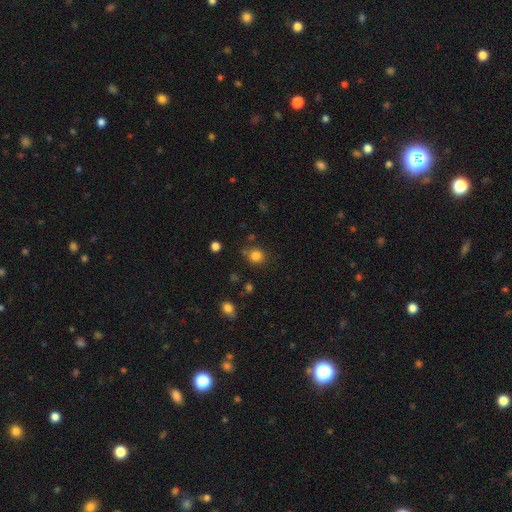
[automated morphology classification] Smooth or featured?
  - smooth: 82% *
  - star or artifact: 13%
  - featured or disk: 5%
How rounded?
  - round: 85% *
  - in between: 14%
  - cigar-shaped: 1%
Merging?
  - none: 78% *
  - minor disturbance: 13%
  - merger: 5%
  - major disturbance: 4%